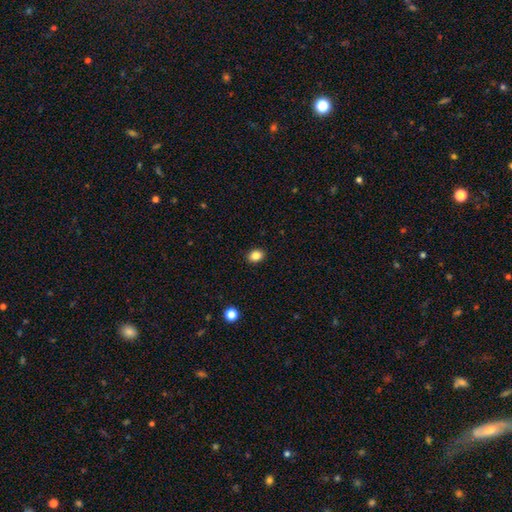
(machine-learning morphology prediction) A smooth galaxy with no disk features (85%) that is in between round and cigar-shaped (58%).

Vote fractions:
- Smooth or featured? smooth: 85% / star or artifact: 10% / featured or disk: 5%
- How rounded? in between: 58% / round: 41% / cigar-shaped: 1%
- Merging? none: 91% / minor disturbance: 7% / major disturbance: 2% / merger: 1%